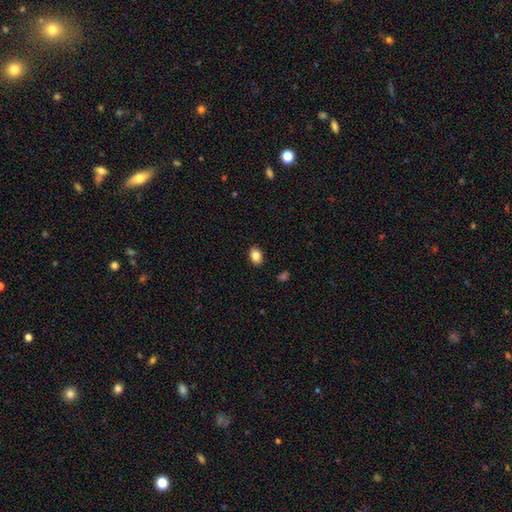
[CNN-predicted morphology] Smooth or featured? smooth (85%)
How rounded? in between (75%)
Merging? none (89%)